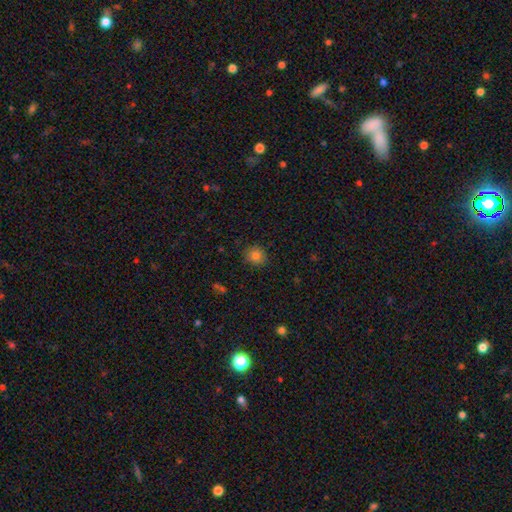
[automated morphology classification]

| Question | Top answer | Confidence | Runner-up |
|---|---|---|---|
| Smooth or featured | smooth | 83% | star or artifact (11%) |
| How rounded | round | 78% | in between (21%) |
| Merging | none | 87% | minor disturbance (10%) |